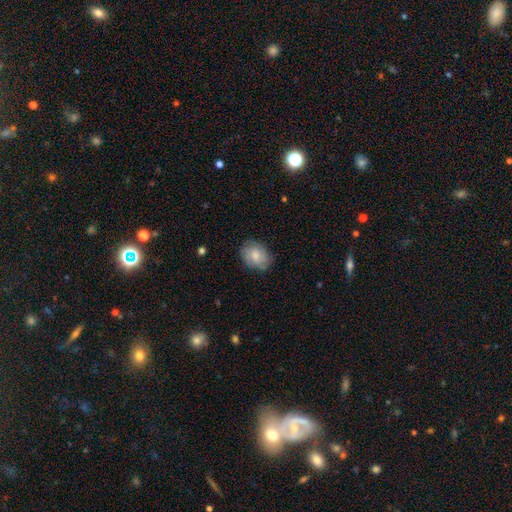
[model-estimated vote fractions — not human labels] Smooth or featured? smooth (69%)
How rounded? in between (64%)
Merging? none (78%)